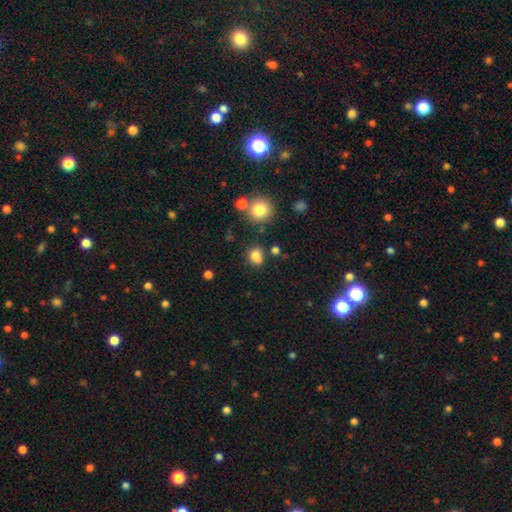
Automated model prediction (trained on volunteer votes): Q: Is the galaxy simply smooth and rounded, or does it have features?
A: smooth — 78%.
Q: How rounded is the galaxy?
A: round — 62%.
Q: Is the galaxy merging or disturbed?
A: none — 58%.